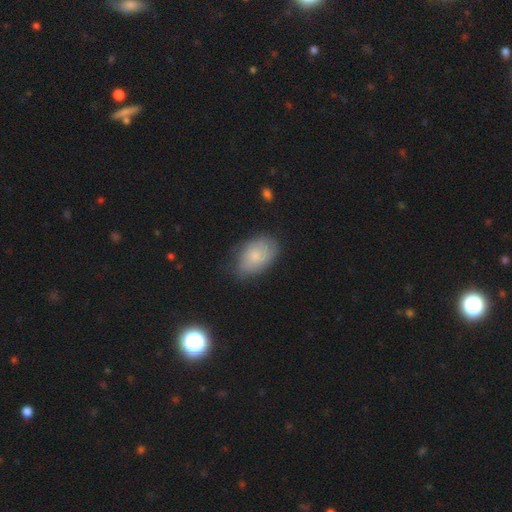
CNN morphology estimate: Smooth or featured? Predicted: smooth (p=0.69). How rounded? Predicted: in between (p=0.89). Merging? Predicted: none (p=0.70).